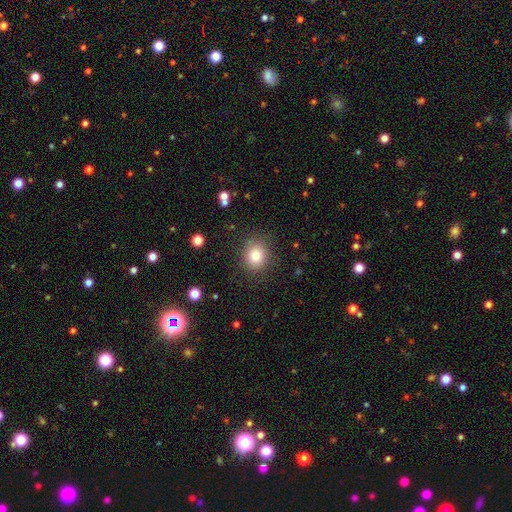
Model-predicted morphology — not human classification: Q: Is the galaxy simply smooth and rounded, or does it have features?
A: smooth — 80%.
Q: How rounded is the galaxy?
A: round — 76%.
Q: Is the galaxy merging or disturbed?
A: none — 83%.